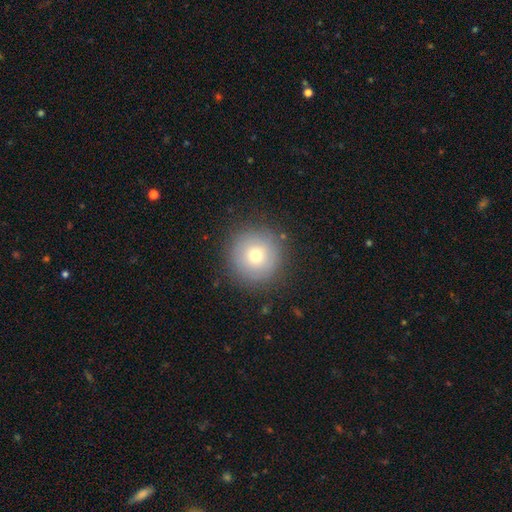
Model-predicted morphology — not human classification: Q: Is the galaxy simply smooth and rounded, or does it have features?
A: smooth — 70%.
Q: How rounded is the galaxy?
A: round — 96%.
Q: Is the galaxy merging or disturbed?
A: none — 87%.